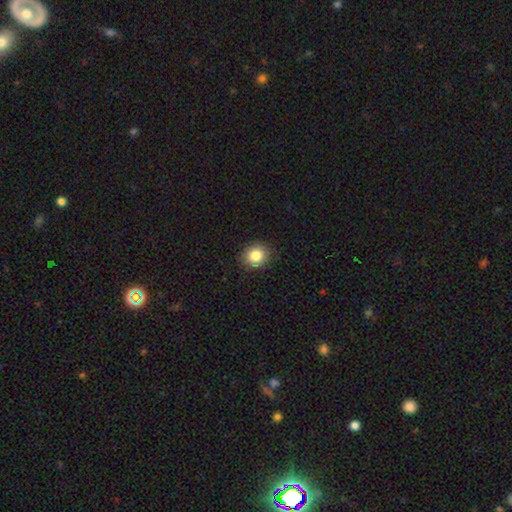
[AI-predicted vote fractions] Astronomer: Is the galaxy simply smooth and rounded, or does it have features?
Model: smooth — 85%.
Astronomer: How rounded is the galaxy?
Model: round — 79%.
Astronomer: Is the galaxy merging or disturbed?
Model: none — 89%.